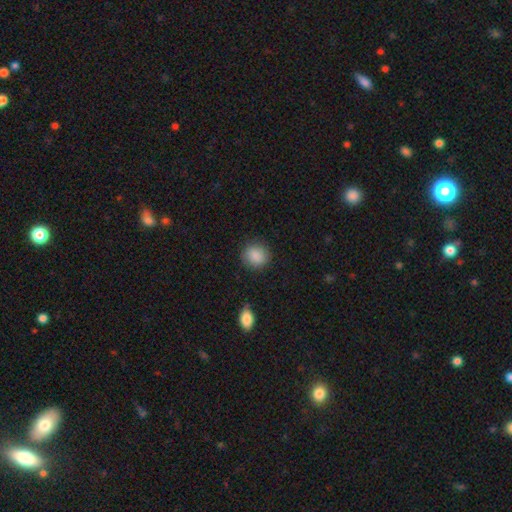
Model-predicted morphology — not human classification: Smooth or featured?
  - smooth: 89% *
  - star or artifact: 8%
  - featured or disk: 4%
How rounded?
  - round: 83% *
  - in between: 15%
  - cigar-shaped: 1%
Merging?
  - none: 87% *
  - minor disturbance: 9%
  - major disturbance: 3%
  - merger: 1%